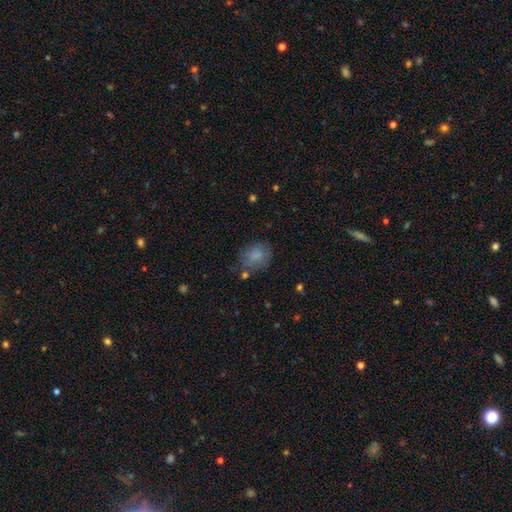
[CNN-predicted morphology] Smooth or featured? Predicted: smooth (p=0.79). How rounded? Predicted: round (p=0.57). Merging? Predicted: none (p=0.65).